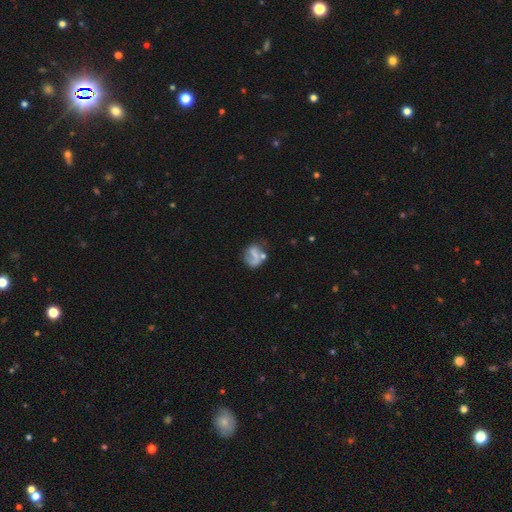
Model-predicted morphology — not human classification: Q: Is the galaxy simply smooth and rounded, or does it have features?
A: featured or disk — 47%.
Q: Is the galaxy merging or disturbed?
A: none — 39%.